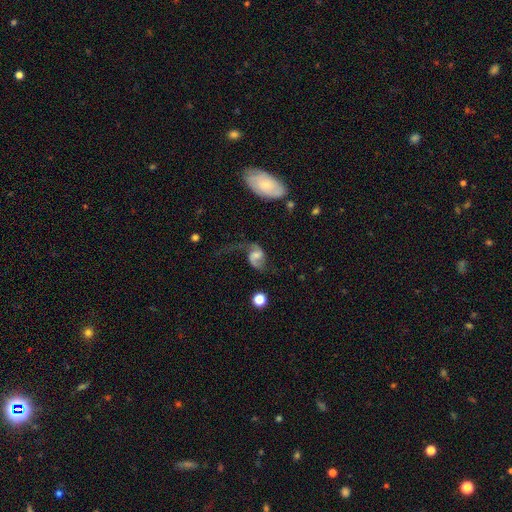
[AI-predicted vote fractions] The model was most divided on "bulge size": small: 36%, moderate: 34%, none: 20%, large: 8%, dominant: 2%. Remaining: edge-on disk — no (97%); spiral arms — yes (94%); spiral arm count — 2 (86%); smooth or featured — featured or disk (80%); spiral winding — loose (67%); bar — weak (47%); merging — none (45%).